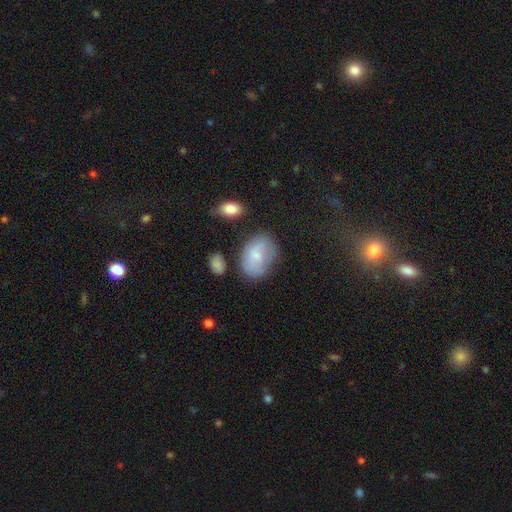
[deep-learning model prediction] Smooth or featured?
  - smooth: 59% *
  - featured or disk: 33%
  - star or artifact: 9%
How rounded?
  - in between: 81% *
  - round: 18%
  - cigar-shaped: 1%
Merging?
  - none: 56% *
  - minor disturbance: 28%
  - major disturbance: 11%
  - merger: 5%